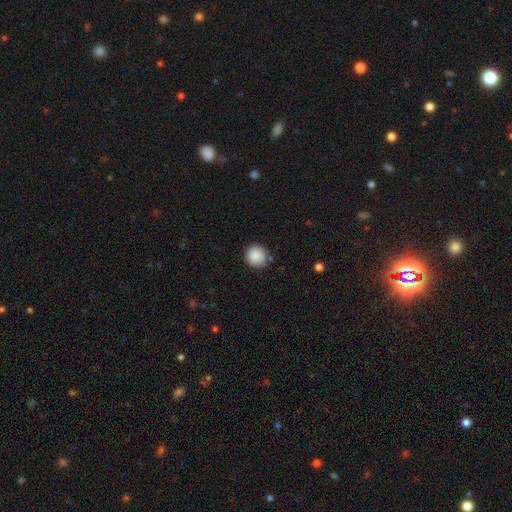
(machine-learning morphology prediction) type=smooth (88%); roundness=round (94%); merging=none (86%).